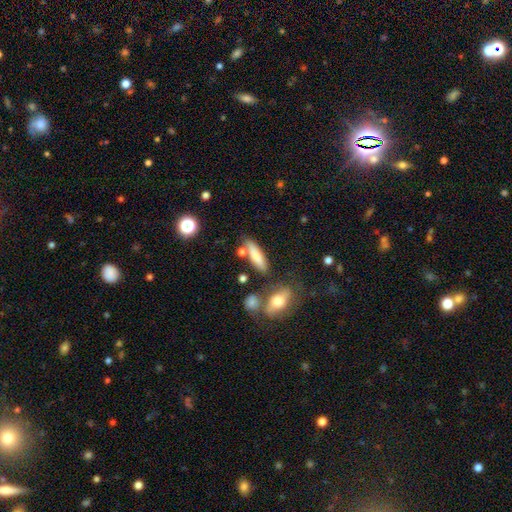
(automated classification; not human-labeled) Morphology: type=smooth (80%); roundness=cigar-shaped (62%); merging=none (70%).